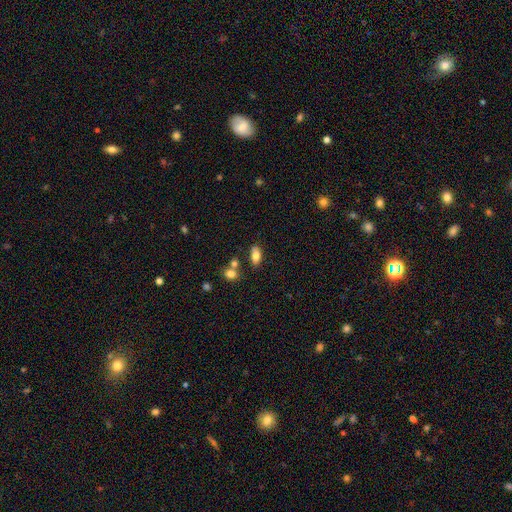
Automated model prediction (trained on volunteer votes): Smooth or featured: smooth — 79% (featured or disk — 12%)
How rounded: in between — 87% (cigar-shaped — 9%)
Merging: none — 72% (merger — 12%)